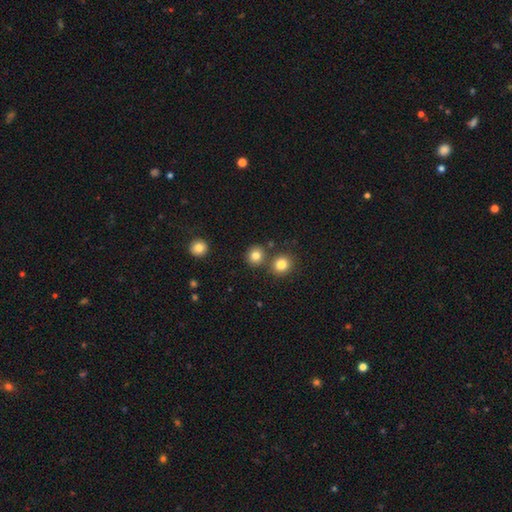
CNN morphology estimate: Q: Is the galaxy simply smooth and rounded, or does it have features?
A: smooth — 81%.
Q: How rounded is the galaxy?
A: round — 87%.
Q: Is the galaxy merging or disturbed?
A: none — 78%.